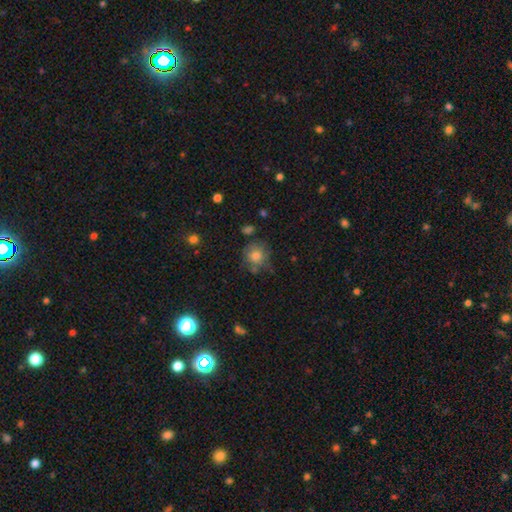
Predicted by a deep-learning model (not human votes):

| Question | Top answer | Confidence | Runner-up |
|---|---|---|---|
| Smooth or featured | smooth | 73% | featured or disk (14%) |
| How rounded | round | 87% | in between (12%) |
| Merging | none | 65% | minor disturbance (21%) |